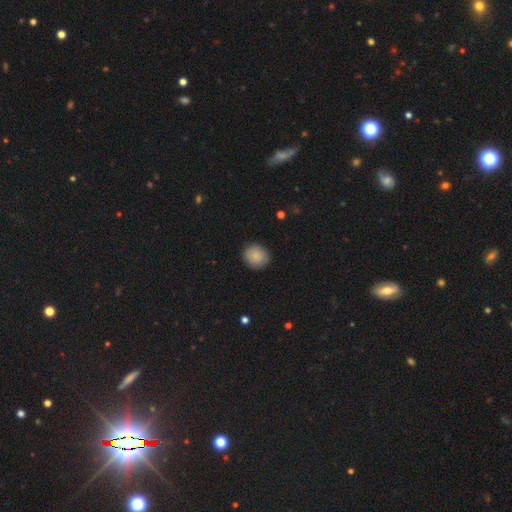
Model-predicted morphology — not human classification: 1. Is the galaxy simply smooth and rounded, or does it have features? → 86% smooth, 7% star or artifact, 6% featured or disk.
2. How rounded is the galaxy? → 81% round, 18% in between, 1% cigar-shaped.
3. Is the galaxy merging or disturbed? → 88% none, 9% minor disturbance, 2% major disturbance, 1% merger.